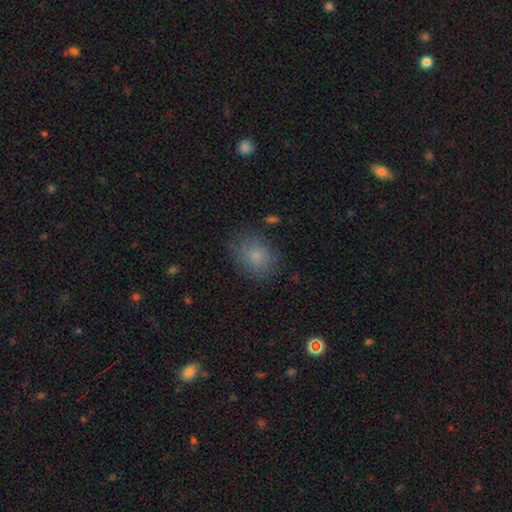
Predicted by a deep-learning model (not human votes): Smooth or featured?
  - smooth: 80% *
  - star or artifact: 11%
  - featured or disk: 10%
How rounded?
  - round: 56% *
  - in between: 42%
  - cigar-shaped: 1%
Merging?
  - none: 77% *
  - minor disturbance: 16%
  - major disturbance: 5%
  - merger: 2%